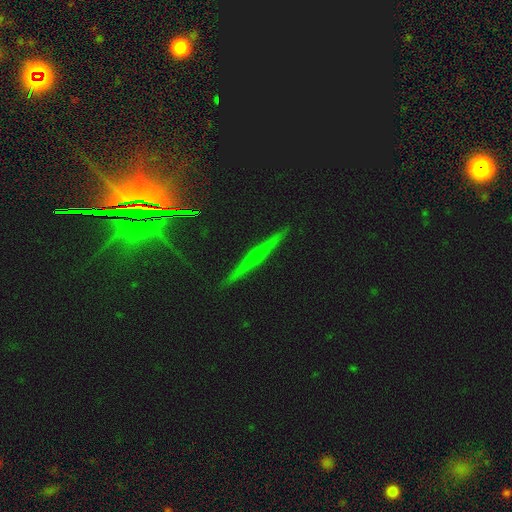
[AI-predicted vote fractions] smooth-or-featured: featured or disk: 60% | smooth: 26% | star or artifact: 14%
  disk-edge-on: yes: 97% | no: 3%
    edge-on-bulge: none: 46% | rounded: 43% | boxy: 11%
  merging: none: 91% | minor disturbance: 6% | major disturbance: 1% | merger: 1%